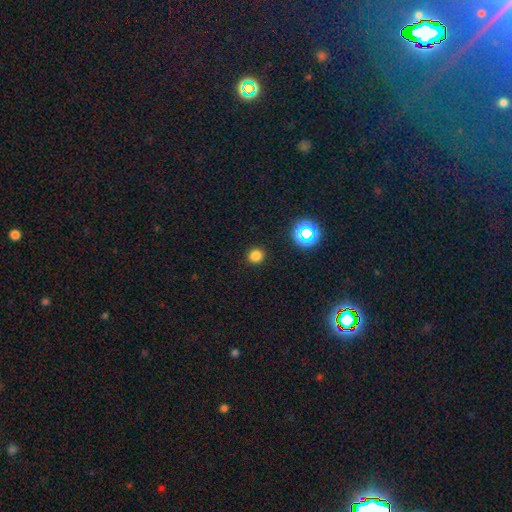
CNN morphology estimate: Smooth or featured? Predicted: smooth (p=0.78). How rounded? Predicted: round (p=0.90). Merging? Predicted: none (p=0.91).